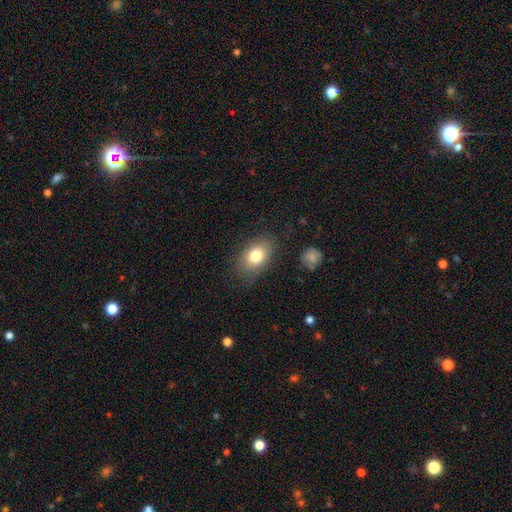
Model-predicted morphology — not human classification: Smooth or featured? Predicted: smooth (p=0.78). How rounded? Predicted: in between (p=0.79). Merging? Predicted: none (p=0.78).